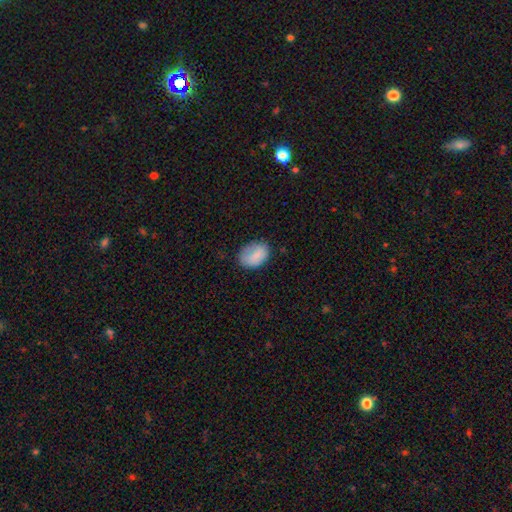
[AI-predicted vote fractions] Morphology: type=smooth (81%); roundness=in between (76%); merging=none (67%).